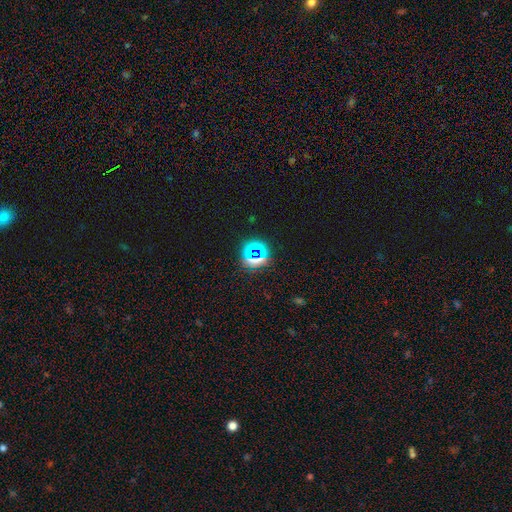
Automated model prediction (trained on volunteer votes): Smooth or featured? Predicted: star or artifact (p=0.66).